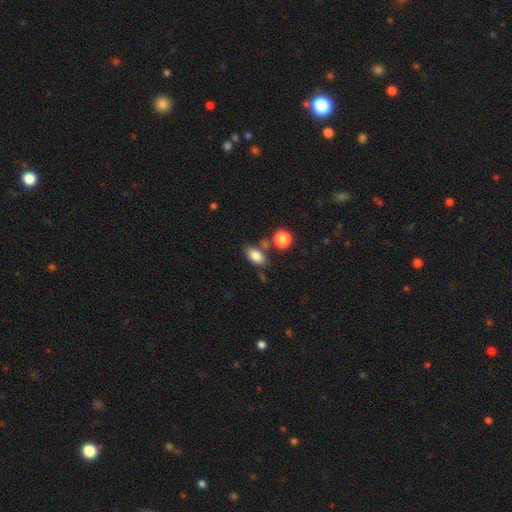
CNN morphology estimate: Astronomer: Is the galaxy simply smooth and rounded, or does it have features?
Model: smooth — 83%.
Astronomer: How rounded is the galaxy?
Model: in between — 86%.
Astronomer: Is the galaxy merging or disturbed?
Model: none — 70%.